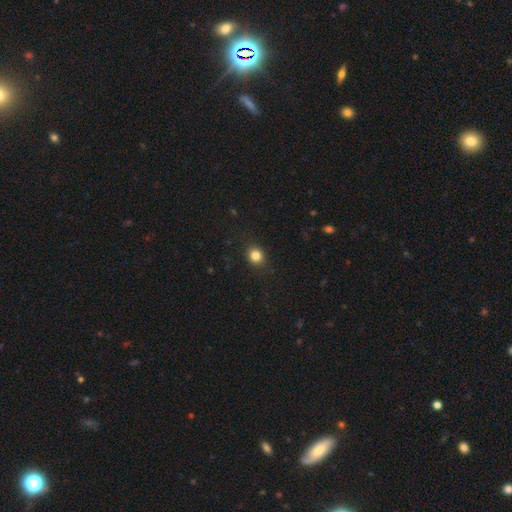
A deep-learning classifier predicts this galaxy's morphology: type=smooth (84%); roundness=round (76%); merging=none (90%).